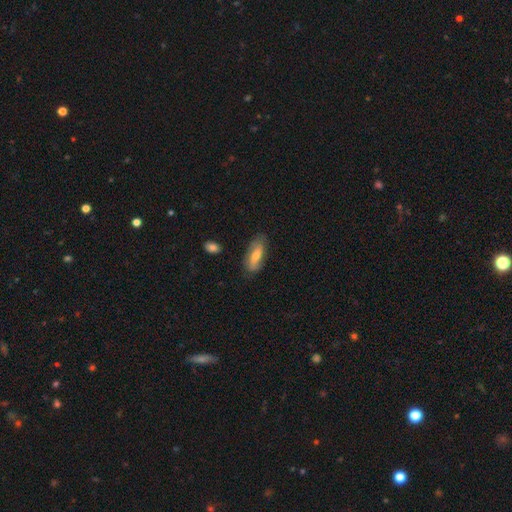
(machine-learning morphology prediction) smooth_or_featured: smooth (p=0.65) [alt: featured or disk p=0.28]
how_rounded: in between (p=0.72) [alt: cigar-shaped p=0.25]
merging: none (p=0.76) [alt: minor disturbance p=0.18]